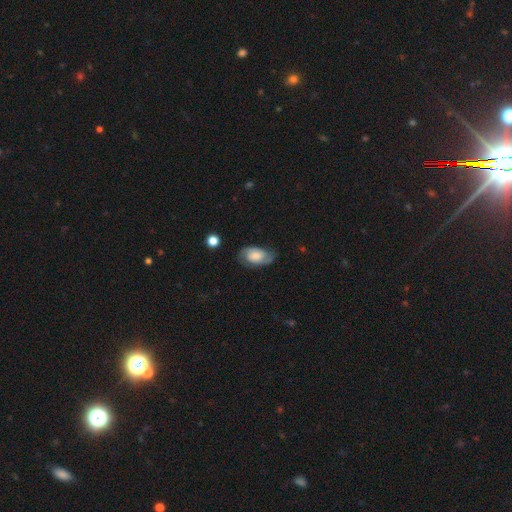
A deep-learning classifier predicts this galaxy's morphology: Overall: featured or disk (63%; smooth 29%). Edge-on disk: no (96%). Bar: no (55%; weak 36%). Spiral arms: yes (91%). Spiral arm count: 2 (85%). Spiral winding: medium (45%; tight 38%). Bulge size: moderate (32%; small 29%). Merging: none (74%).